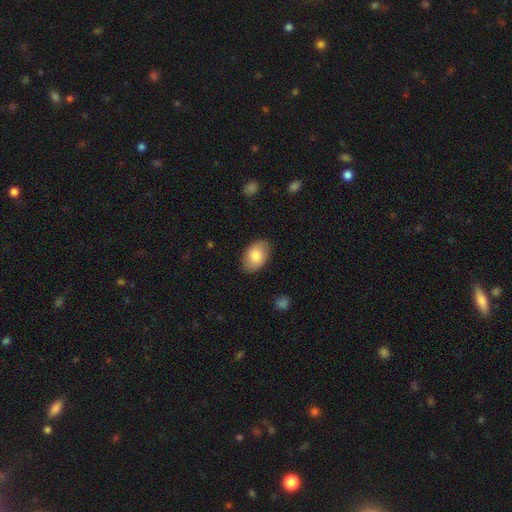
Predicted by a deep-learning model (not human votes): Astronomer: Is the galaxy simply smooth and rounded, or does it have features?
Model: smooth — 81%.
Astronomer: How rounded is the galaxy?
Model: in between — 90%.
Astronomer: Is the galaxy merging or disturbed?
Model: none — 86%.